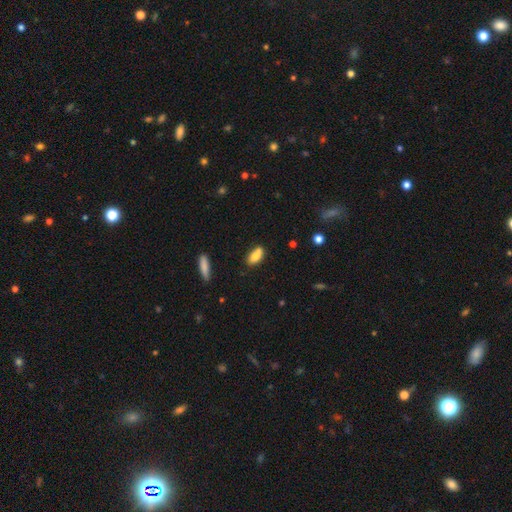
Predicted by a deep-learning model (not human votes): Q: Smooth or featured?
A: smooth (76%); runner-up: featured or disk (16%)
Q: How rounded?
A: in between (83%); runner-up: cigar-shaped (12%)
Q: Merging?
A: none (57%); runner-up: merger (24%)